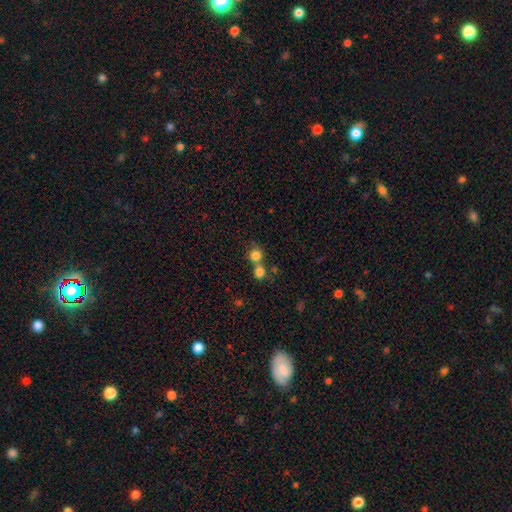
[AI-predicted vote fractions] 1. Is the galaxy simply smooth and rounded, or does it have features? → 80% smooth, 12% star or artifact, 8% featured or disk.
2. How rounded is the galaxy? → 85% round, 13% in between, 1% cigar-shaped.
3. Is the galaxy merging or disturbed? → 46% merger, 44% none, 6% minor disturbance, 3% major disturbance.